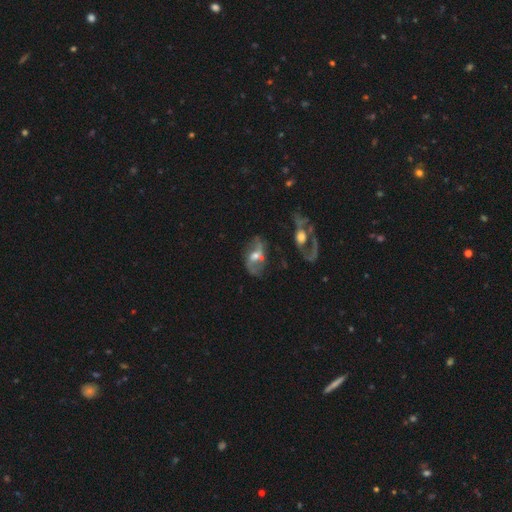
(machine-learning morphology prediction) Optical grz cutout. It shows a featured or disk galaxy (73%) with no bar (42%), 2 (82%) loose (64%) spiral arms (80%) and a moderate central bulge (64%). Merging: none (52%).